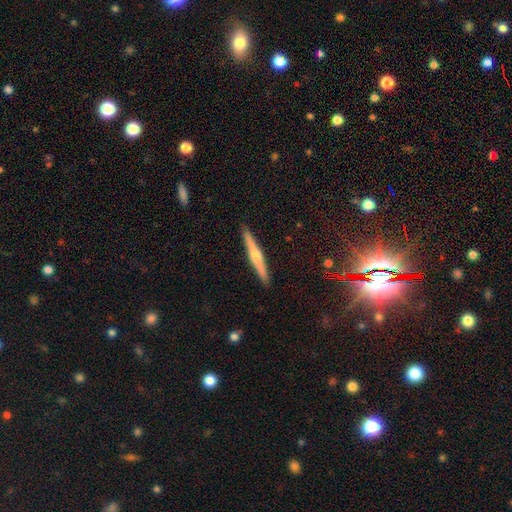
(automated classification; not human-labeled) A featured or disk galaxy (60%) viewed edge-on (98%) with a rounded central bulge (76%). Merging: none (92%).